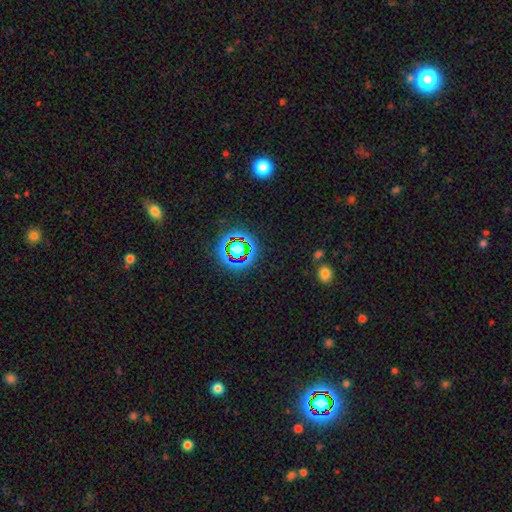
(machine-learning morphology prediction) The model was most divided on "smooth or featured": star or artifact: 64%, smooth: 25%, featured or disk: 11%.